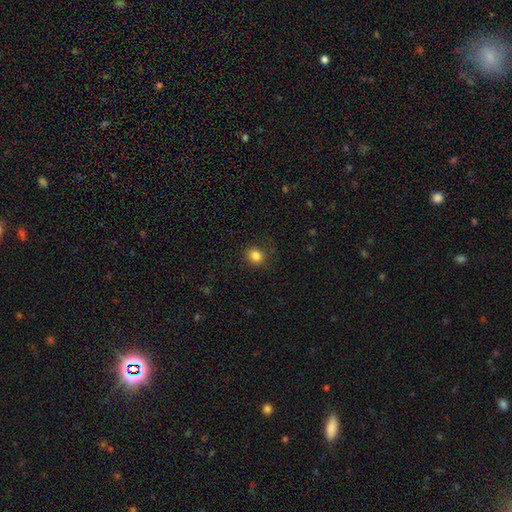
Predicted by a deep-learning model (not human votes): smooth-or-featured: smooth: 84% | star or artifact: 12% | featured or disk: 4%
  how-rounded: round: 81% | in between: 18% | cigar-shaped: 1%
  merging: none: 84% | minor disturbance: 11% | major disturbance: 4% | merger: 1%